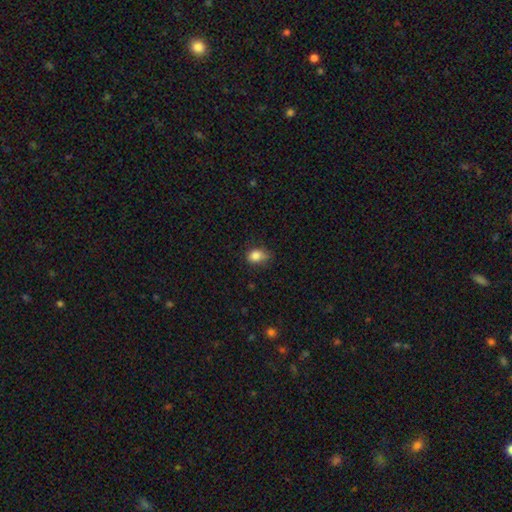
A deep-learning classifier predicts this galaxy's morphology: This is clearly a smooth galaxy (83%). How rounded: possibly in between (58%). Merging: possibly none (52%).